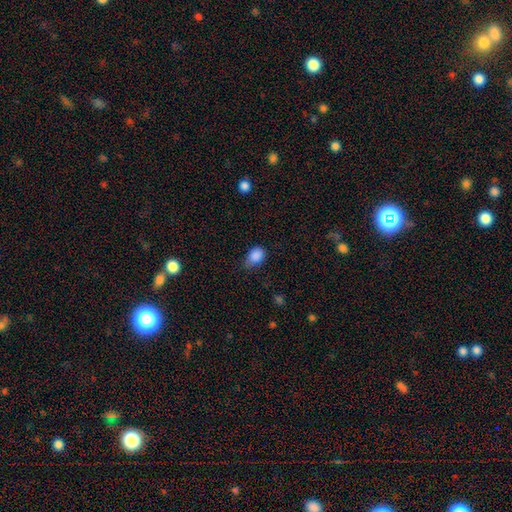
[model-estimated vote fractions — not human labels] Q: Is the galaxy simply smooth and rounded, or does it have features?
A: smooth — 87%.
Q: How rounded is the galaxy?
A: in between — 68%.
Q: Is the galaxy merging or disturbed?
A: none — 52%.